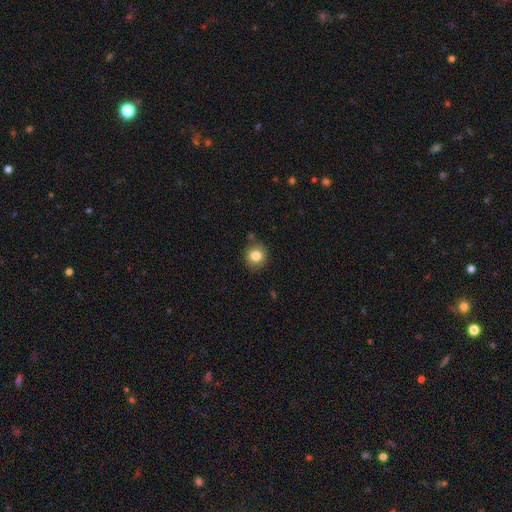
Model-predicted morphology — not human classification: Q: Smooth or featured?
A: smooth (82%); runner-up: star or artifact (11%)
Q: How rounded?
A: round (88%); runner-up: in between (11%)
Q: Merging?
A: none (86%); runner-up: minor disturbance (10%)